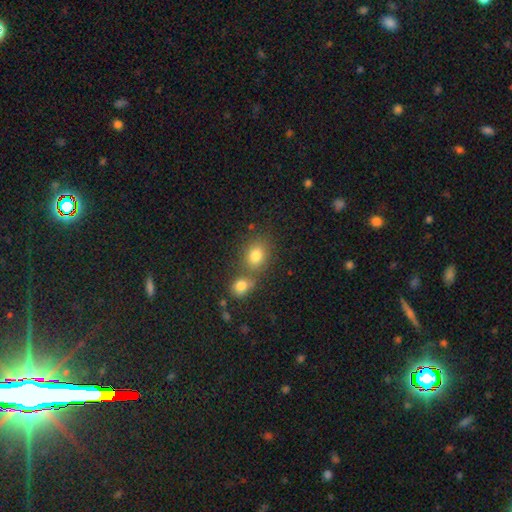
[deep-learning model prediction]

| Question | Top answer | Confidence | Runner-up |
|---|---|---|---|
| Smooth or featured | smooth | 79% | star or artifact (12%) |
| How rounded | round | 58% | in between (41%) |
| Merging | none | 53% | merger (34%) |